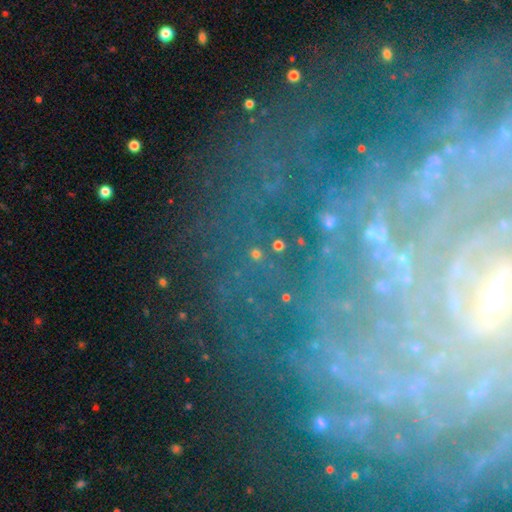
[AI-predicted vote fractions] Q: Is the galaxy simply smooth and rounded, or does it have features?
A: featured or disk — 65%.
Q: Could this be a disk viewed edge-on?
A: no — 94%.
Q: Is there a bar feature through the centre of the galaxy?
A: no — 56%.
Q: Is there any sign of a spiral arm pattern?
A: yes — 80%.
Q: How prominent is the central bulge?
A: small — 54%.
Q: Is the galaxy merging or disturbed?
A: none — 62%.